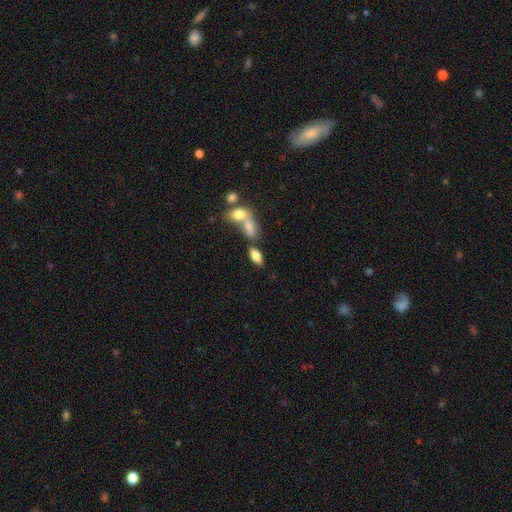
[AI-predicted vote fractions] Morphology: type=smooth (78%); roundness=in between (88%); merging=none (59%).